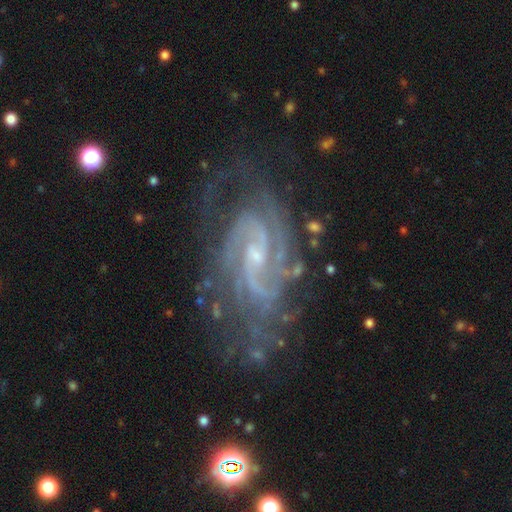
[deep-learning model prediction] This appears to be a featured or disk galaxy (90%) with a weak bar (49%), 2 (55%) tight (49%) spiral arms (98%) and a small central bulge (69%). Merging: none (69%).